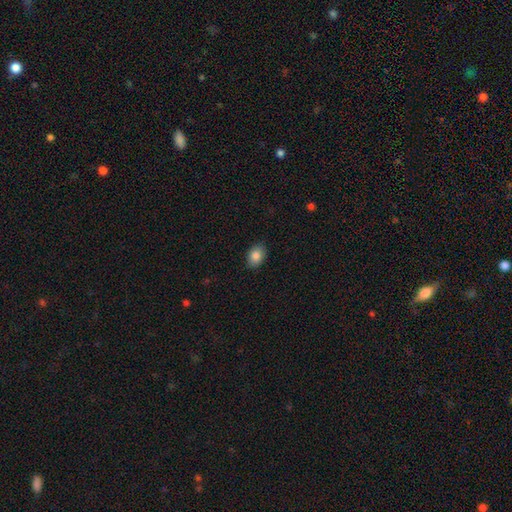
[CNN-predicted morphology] smooth-or-featured: smooth: 86% | star or artifact: 8% | featured or disk: 6%
  how-rounded: in between: 78% | round: 21% | cigar-shaped: 1%
  merging: none: 88% | minor disturbance: 9% | major disturbance: 2% | merger: 1%